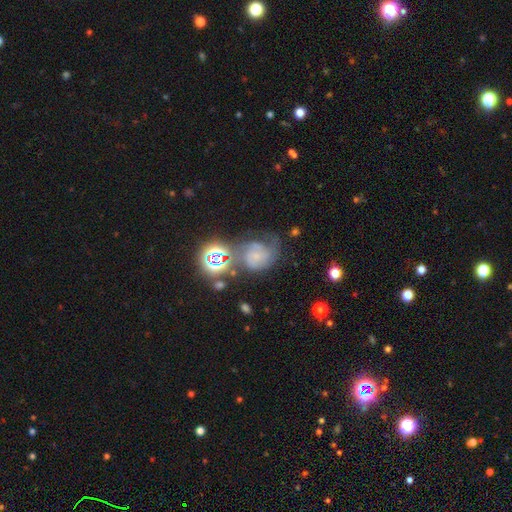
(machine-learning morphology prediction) Smooth or featured: featured or disk — 53% (smooth — 25%)
Edge-on disk: no — 97% (yes — 3%)
Bar: no — 73% (weak — 22%)
Spiral arms: yes — 87% (no — 13%)
Bulge size: small — 61% (none — 17%)
Merging: none — 37% (minor disturbance — 26%)